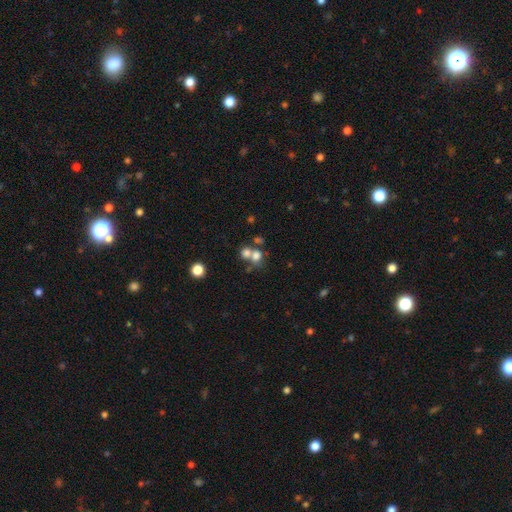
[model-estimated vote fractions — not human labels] Smooth or featured: smooth — 69% (featured or disk — 15%)
How rounded: round — 69% (in between — 30%)
Merging: merger — 52% (none — 35%)